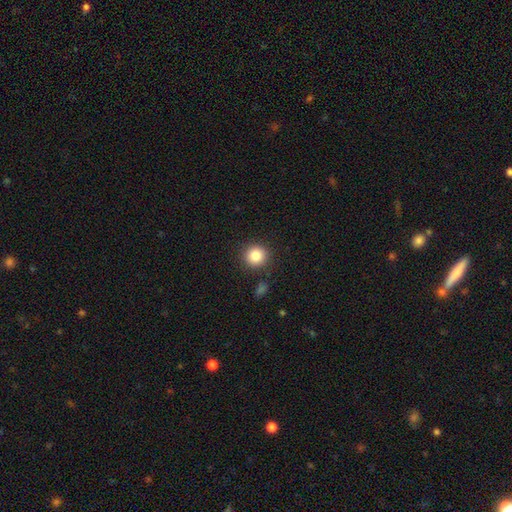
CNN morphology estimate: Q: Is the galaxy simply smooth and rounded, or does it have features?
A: smooth — 84%.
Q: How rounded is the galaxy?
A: round — 92%.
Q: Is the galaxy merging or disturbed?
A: none — 88%.